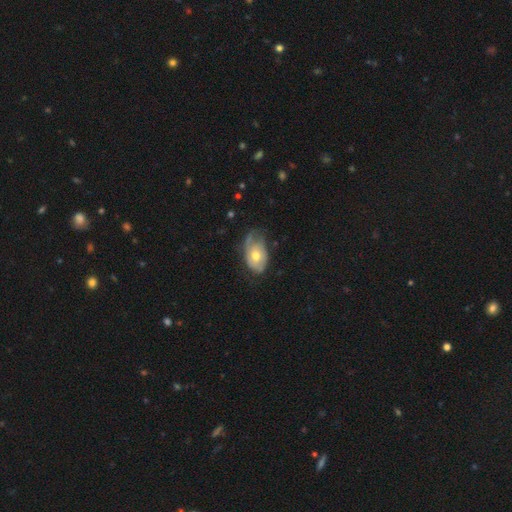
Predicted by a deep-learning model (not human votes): Morphology: type=smooth (48%); merging=minor disturbance (39%).